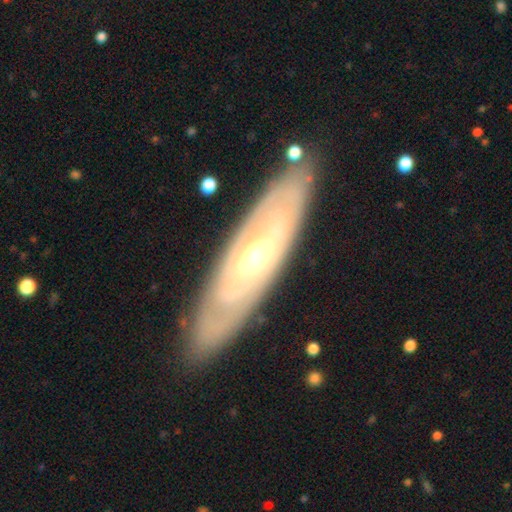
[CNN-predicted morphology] smooth_or_featured: featured or disk (p=0.77) [alt: smooth p=0.18]
disk_edge_on: no (p=0.75) [alt: yes p=0.25]
bar: no (p=0.59) [alt: weak p=0.29]
has_spiral_arms: yes (p=0.70) [alt: no p=0.30]
bulge_size: moderate (p=0.56) [alt: small p=0.37]
merging: none (p=0.85) [alt: minor disturbance p=0.11]